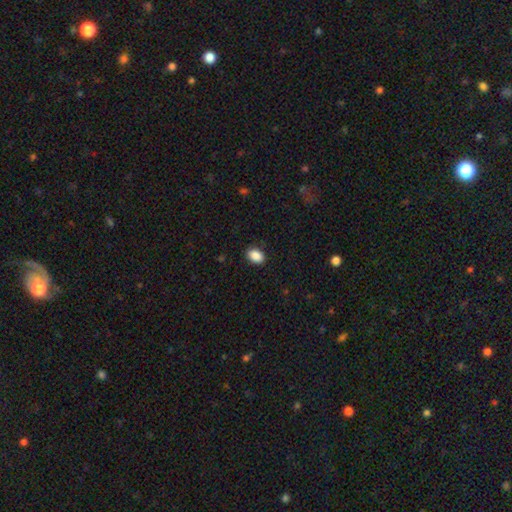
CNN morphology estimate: Smooth or featured?
  - smooth: 89% *
  - star or artifact: 8%
  - featured or disk: 3%
How rounded?
  - in between: 83% *
  - round: 16%
  - cigar-shaped: 1%
Merging?
  - none: 88% *
  - minor disturbance: 9%
  - major disturbance: 2%
  - merger: 1%